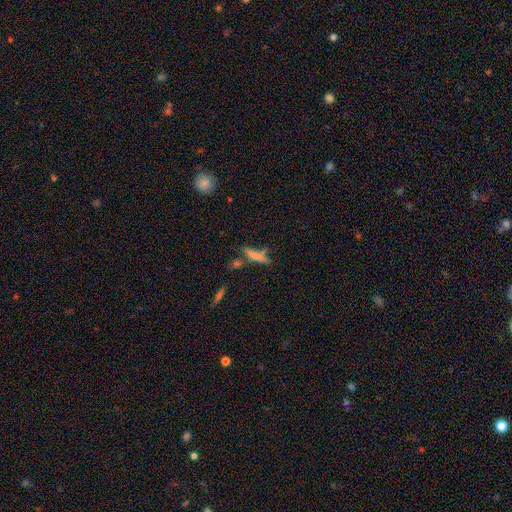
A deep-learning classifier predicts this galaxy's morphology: smooth 66%, featured or disk 23%, star or artifact 10%. Down the decision tree: how rounded — cigar-shaped (81%); merging — none (55%).